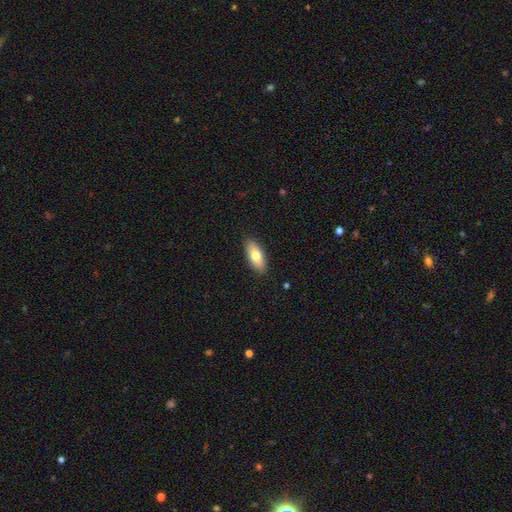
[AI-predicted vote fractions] Smooth or featured? smooth (77%)
How rounded? in between (82%)
Merging? none (89%)